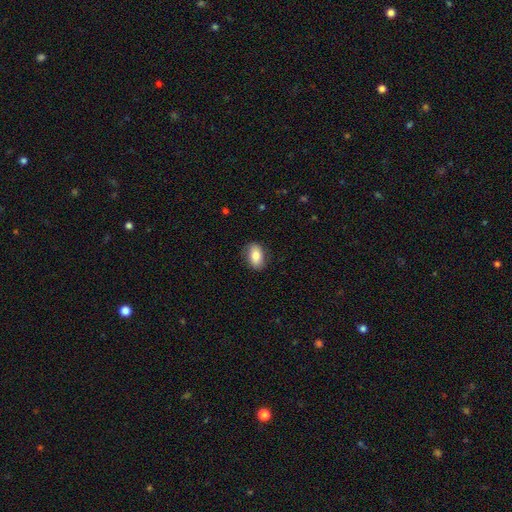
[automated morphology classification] This appears to be a smooth galaxy with no disk features (80%) that is in between round and cigar-shaped (88%). Merging: none (81%).